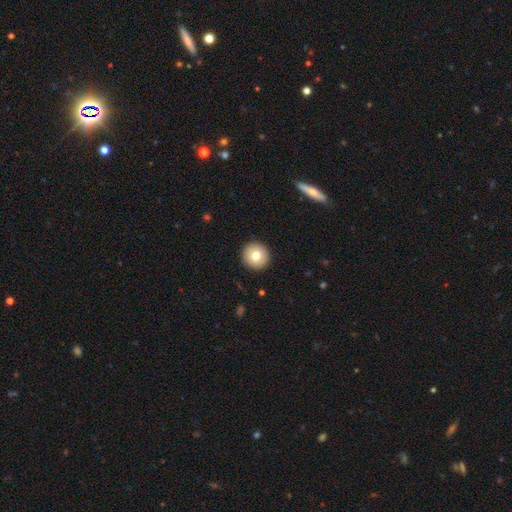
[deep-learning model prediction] Overall: smooth (77%). How rounded: round (96%). Merging: none (92%).